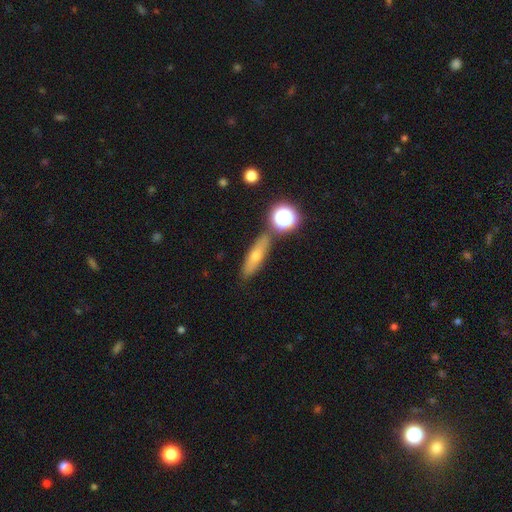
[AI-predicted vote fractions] Smooth or featured? smooth (55%)
How rounded? cigar-shaped (58%)
Merging? none (79%)